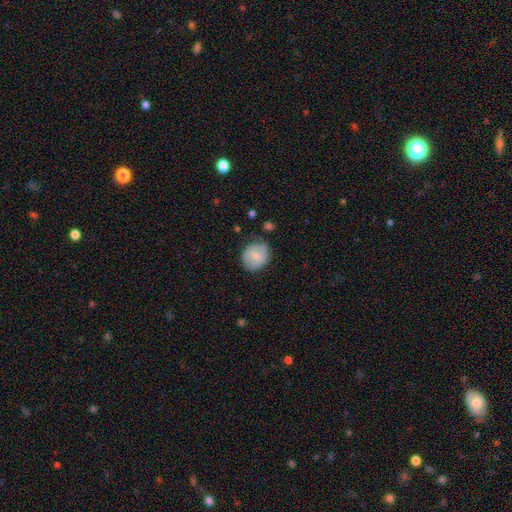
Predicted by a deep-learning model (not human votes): Smooth or featured: smooth — 61% (featured or disk — 32%)
How rounded: round — 67% (in between — 32%)
Merging: none — 72% (minor disturbance — 21%)